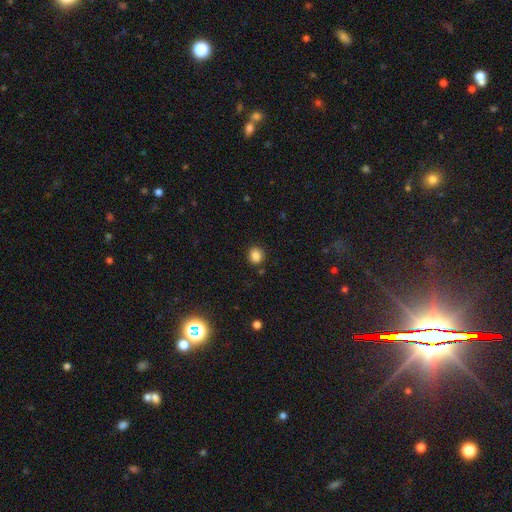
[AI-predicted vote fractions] Smooth or featured?
  - smooth: 85% *
  - star or artifact: 11%
  - featured or disk: 4%
How rounded?
  - round: 82% *
  - in between: 17%
  - cigar-shaped: 1%
Merging?
  - none: 86% *
  - minor disturbance: 8%
  - merger: 3%
  - major disturbance: 3%